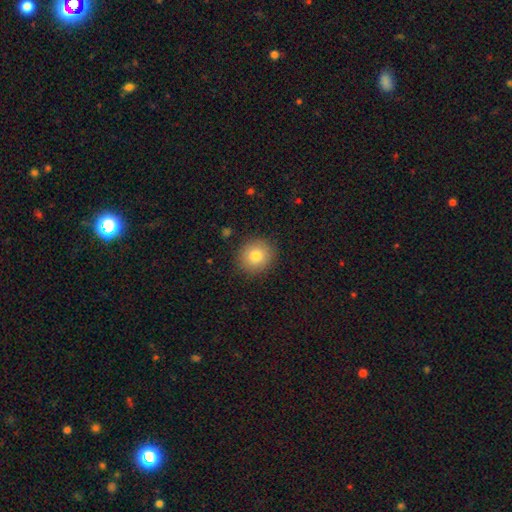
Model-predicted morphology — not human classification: Q: Smooth or featured?
A: smooth (81%); runner-up: featured or disk (10%)
Q: How rounded?
A: round (86%); runner-up: in between (13%)
Q: Merging?
A: none (89%); runner-up: minor disturbance (8%)